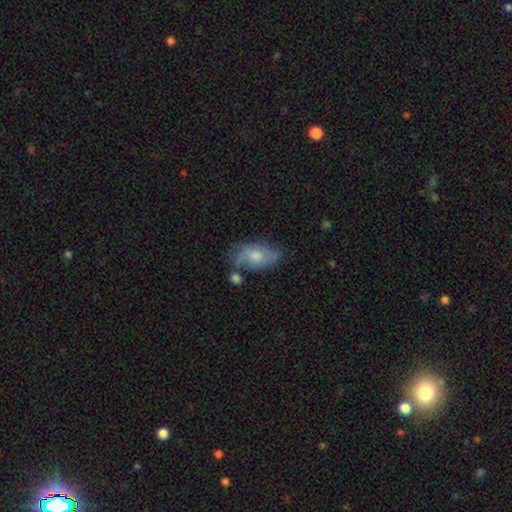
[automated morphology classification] smooth_or_featured: smooth (p=0.62) [alt: featured or disk p=0.31]
how_rounded: in between (p=0.89) [alt: round p=0.06]
merging: none (p=0.54) [alt: minor disturbance p=0.27]